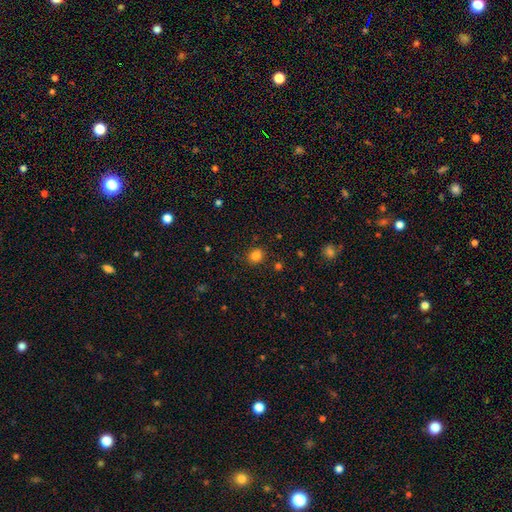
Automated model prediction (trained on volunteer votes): Smooth or featured: smooth — 81% (star or artifact — 13%)
How rounded: round — 75% (in between — 24%)
Merging: none — 86% (minor disturbance — 9%)